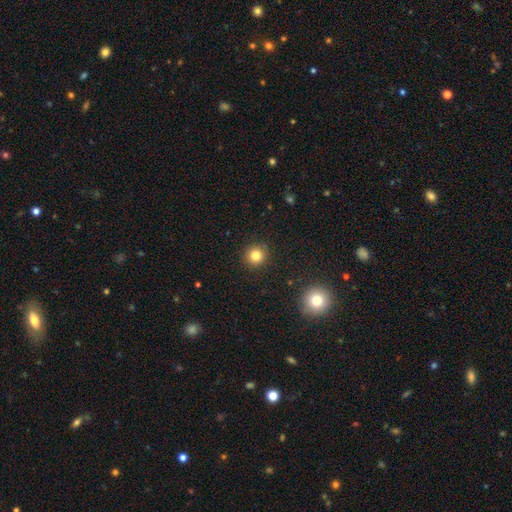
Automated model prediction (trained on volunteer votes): Smooth or featured?
  - smooth: 82% *
  - star or artifact: 12%
  - featured or disk: 6%
How rounded?
  - round: 90% *
  - in between: 9%
  - cigar-shaped: 1%
Merging?
  - none: 90% *
  - minor disturbance: 6%
  - major disturbance: 2%
  - merger: 1%